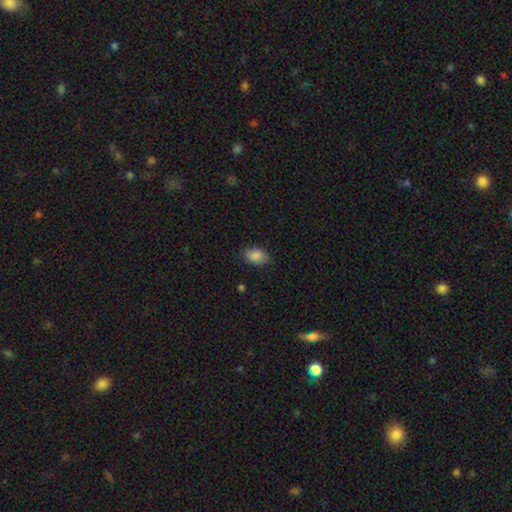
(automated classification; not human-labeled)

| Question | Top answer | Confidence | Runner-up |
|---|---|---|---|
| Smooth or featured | smooth | 88% | star or artifact (8%) |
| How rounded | in between | 85% | round (14%) |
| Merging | none | 83% | minor disturbance (13%) |